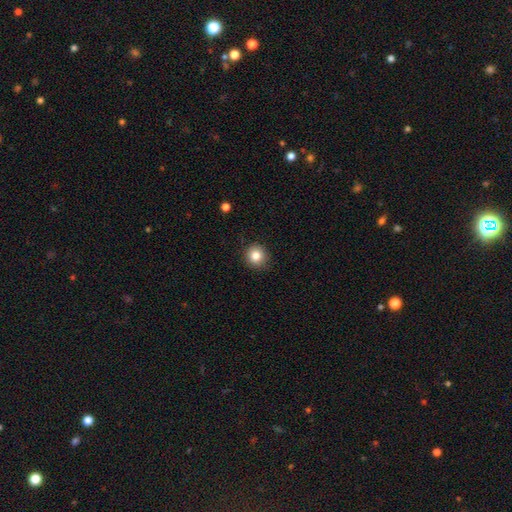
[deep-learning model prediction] Smooth or featured? Predicted: smooth (p=0.83). How rounded? Predicted: round (p=0.93). Merging? Predicted: none (p=0.89).